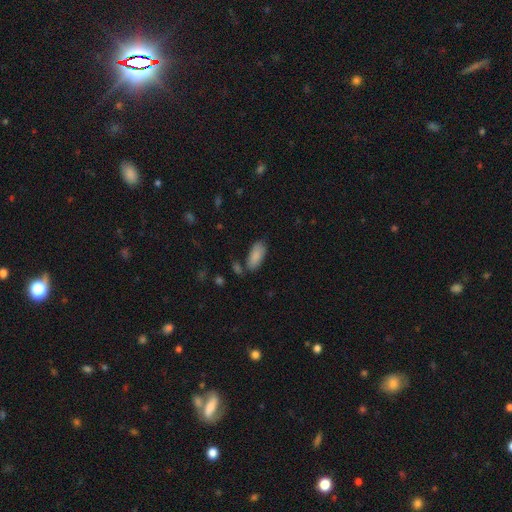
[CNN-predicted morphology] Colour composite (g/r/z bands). It shows a smooth galaxy with no disk features (88%) that is in between round and cigar-shaped (88%). Merging: none (72%).